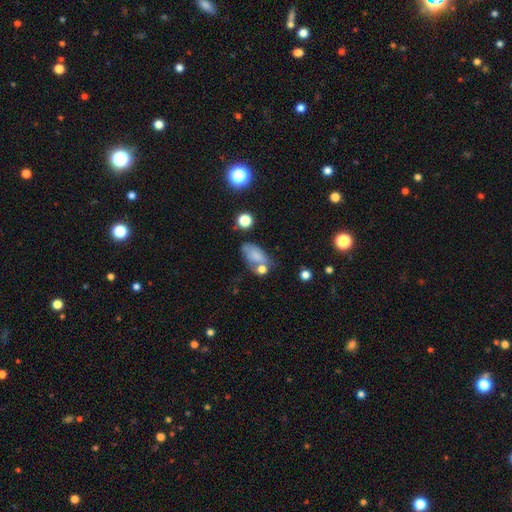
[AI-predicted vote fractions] This appears to be a smooth galaxy with no disk features (75%) that is in between round and cigar-shaped (88%). Merging: none (43%).